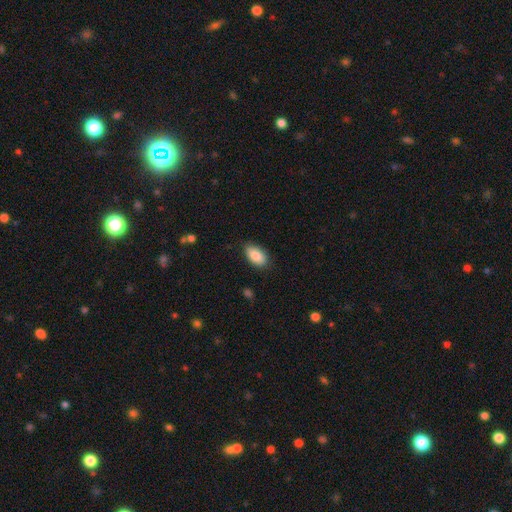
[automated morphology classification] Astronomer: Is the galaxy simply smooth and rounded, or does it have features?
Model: smooth — 87%.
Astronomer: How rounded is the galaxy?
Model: in between — 94%.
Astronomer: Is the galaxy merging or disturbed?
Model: none — 84%.